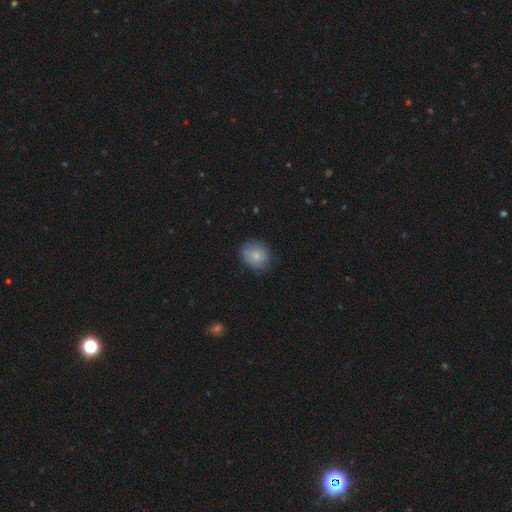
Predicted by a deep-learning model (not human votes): smooth-or-featured: smooth: 70% | featured or disk: 23% | star or artifact: 8%
  how-rounded: round: 64% | in between: 35% | cigar-shaped: 1%
  merging: none: 71% | minor disturbance: 22% | major disturbance: 6% | merger: 1%